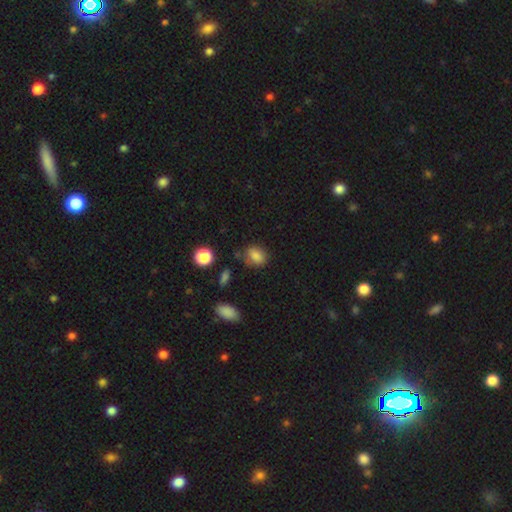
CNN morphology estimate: The model was most divided on "how rounded": in between: 66%, round: 32%, cigar-shaped: 2%. More confident: smooth or featured — smooth (82%); merging — none (68%).